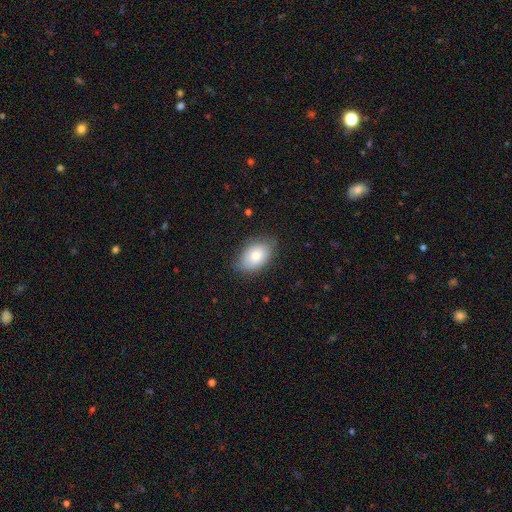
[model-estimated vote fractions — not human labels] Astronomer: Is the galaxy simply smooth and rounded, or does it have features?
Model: smooth — 78%.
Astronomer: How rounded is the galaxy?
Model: in between — 89%.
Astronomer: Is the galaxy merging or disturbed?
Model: none — 79%.